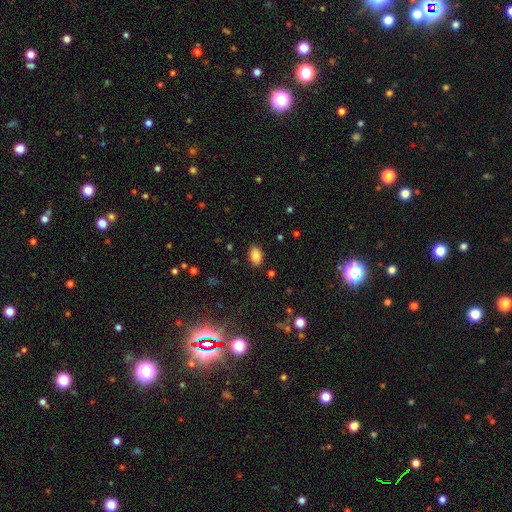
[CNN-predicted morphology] A smooth galaxy with no disk features (85%) that is in between round and cigar-shaped (85%).

Vote fractions:
- Smooth or featured? smooth: 85% / star or artifact: 10% / featured or disk: 5%
- How rounded? in between: 85% / round: 14% / cigar-shaped: 1%
- Merging? none: 86% / minor disturbance: 10% / major disturbance: 3% / merger: 1%